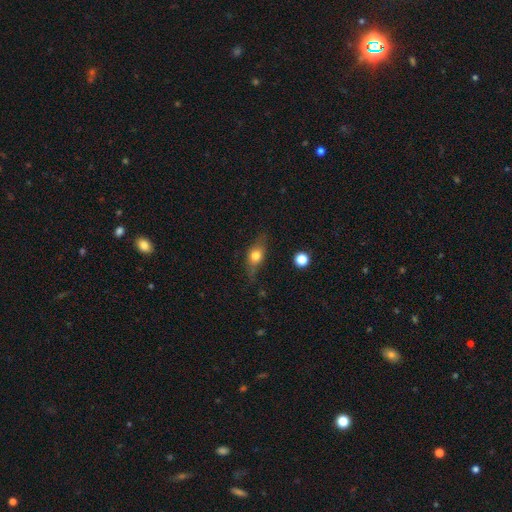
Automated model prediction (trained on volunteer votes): smooth_or_featured: smooth (p=0.61) [alt: featured or disk p=0.30]
how_rounded: in between (p=0.63) [alt: round p=0.19]
merging: none (p=0.66) [alt: minor disturbance p=0.24]